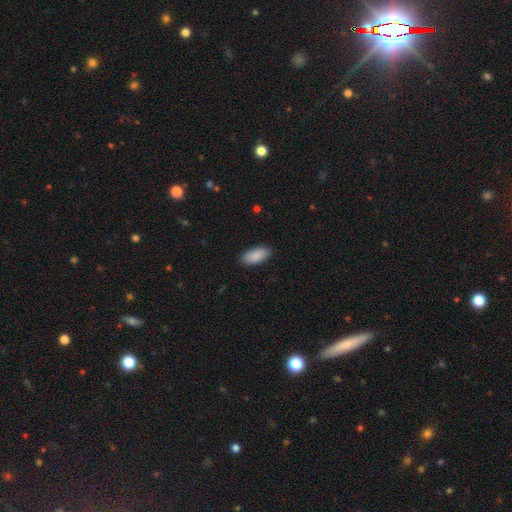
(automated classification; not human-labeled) This appears to be a smooth galaxy with no disk features (90%) that is in between round and cigar-shaped (92%). Merging: none (89%).